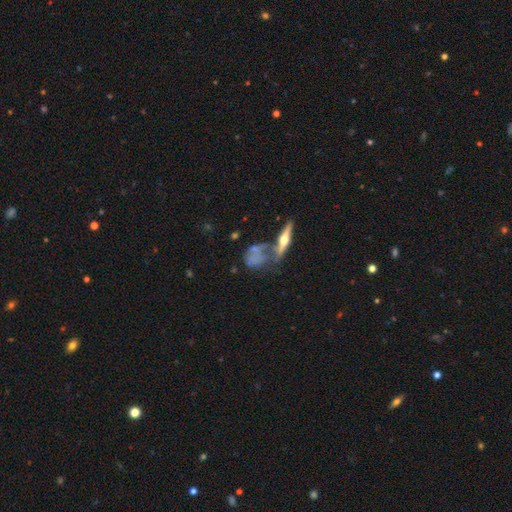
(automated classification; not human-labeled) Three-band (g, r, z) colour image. It shows a featured or disk galaxy (49%). Merging: none (37%).